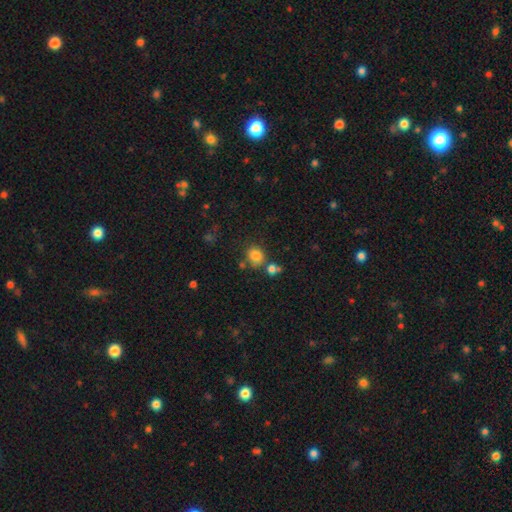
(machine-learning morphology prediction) smooth 81%, star or artifact 12%, featured or disk 7%. Down the decision tree: how rounded — round (71%); merging — none (66%).